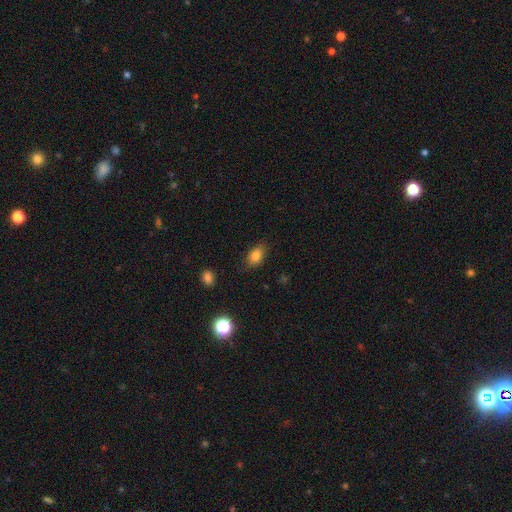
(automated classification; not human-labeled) Morphology: type=smooth (82%); roundness=in between (83%); merging=none (82%).